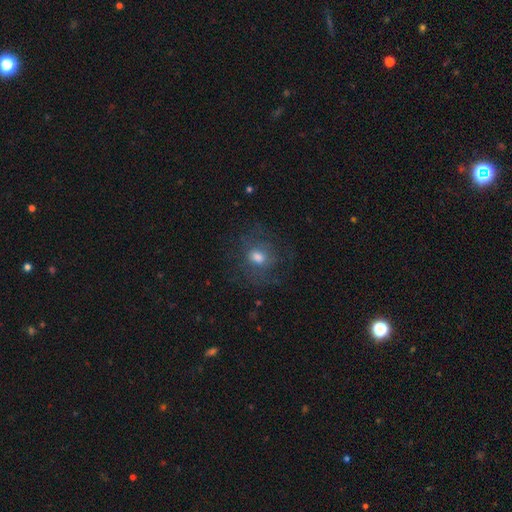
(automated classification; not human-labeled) A smooth galaxy with no disk features (47%). Merging: none (72%).